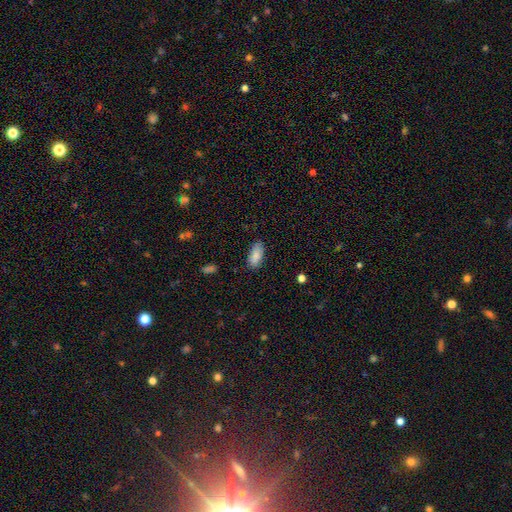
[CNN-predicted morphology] Smooth or featured?
  - smooth: 87% *
  - star or artifact: 7%
  - featured or disk: 6%
How rounded?
  - in between: 88% *
  - cigar-shaped: 10%
  - round: 2%
Merging?
  - none: 80% *
  - minor disturbance: 16%
  - major disturbance: 3%
  - merger: 1%